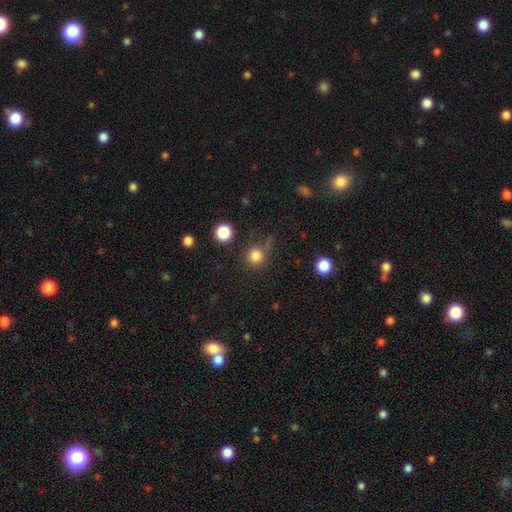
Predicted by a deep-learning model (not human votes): Morphology: type=smooth (81%); roundness=round (92%); merging=none (69%).